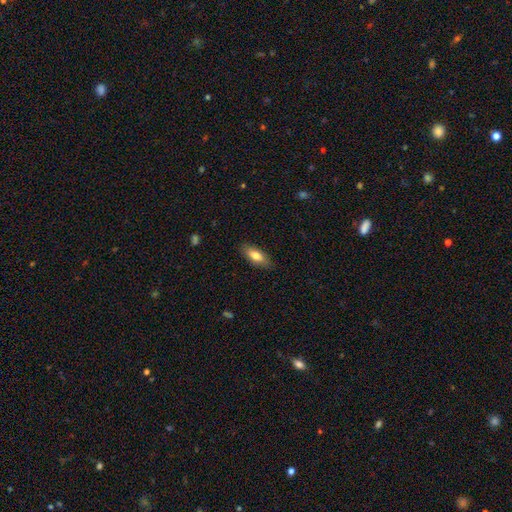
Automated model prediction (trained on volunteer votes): Smooth or featured?
  - smooth: 75% *
  - featured or disk: 18%
  - star or artifact: 6%
How rounded?
  - in between: 75% *
  - cigar-shaped: 23%
  - round: 2%
Merging?
  - none: 86% *
  - minor disturbance: 11%
  - major disturbance: 2%
  - merger: 1%